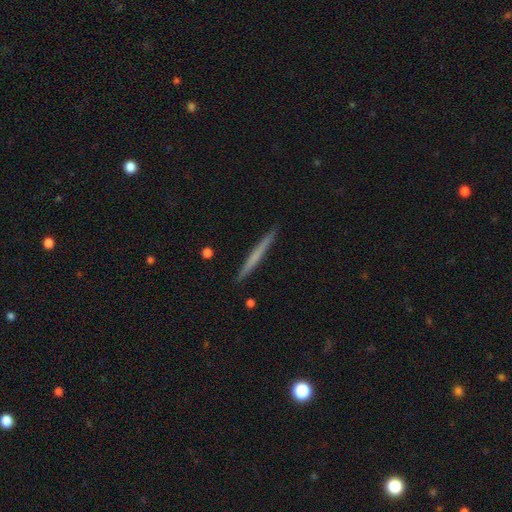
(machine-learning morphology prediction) smooth 49%, featured or disk 45%, star or artifact 5%. Down the decision tree: merging — none (92%).